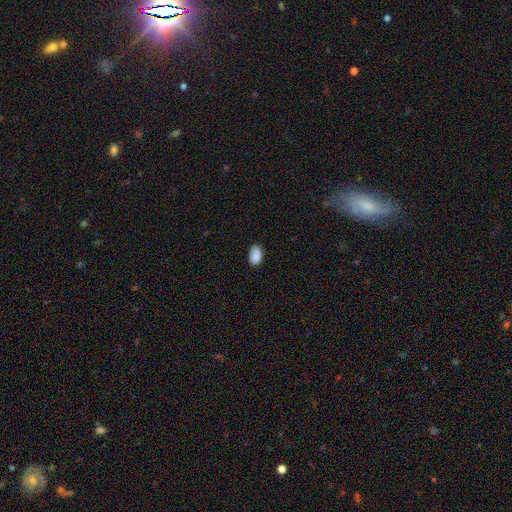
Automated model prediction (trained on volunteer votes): Smooth or featured?
  - smooth: 89% *
  - star or artifact: 7%
  - featured or disk: 3%
How rounded?
  - in between: 93% *
  - round: 5%
  - cigar-shaped: 2%
Merging?
  - none: 82% *
  - minor disturbance: 14%
  - major disturbance: 2%
  - merger: 1%